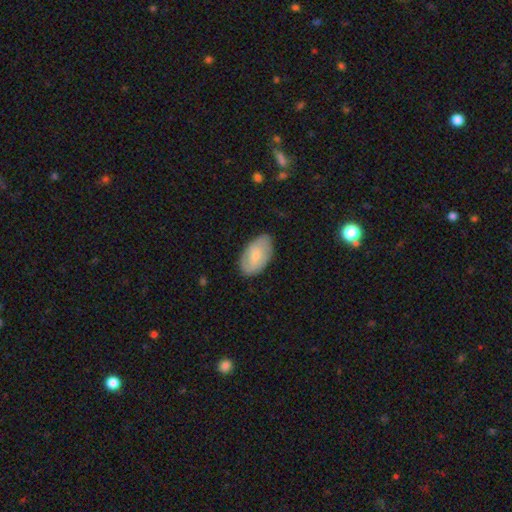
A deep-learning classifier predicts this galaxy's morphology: Q: Smooth or featured?
A: smooth (63%); runner-up: featured or disk (31%)
Q: How rounded?
A: in between (93%); runner-up: round (5%)
Q: Merging?
A: none (80%); runner-up: minor disturbance (16%)